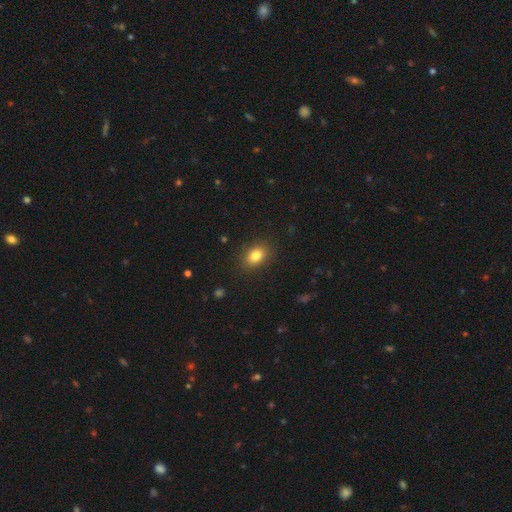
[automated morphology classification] Smooth or featured?
  - smooth: 83% *
  - star or artifact: 10%
  - featured or disk: 7%
How rounded?
  - in between: 74% *
  - round: 25%
  - cigar-shaped: 1%
Merging?
  - none: 87% *
  - minor disturbance: 9%
  - major disturbance: 3%
  - merger: 1%